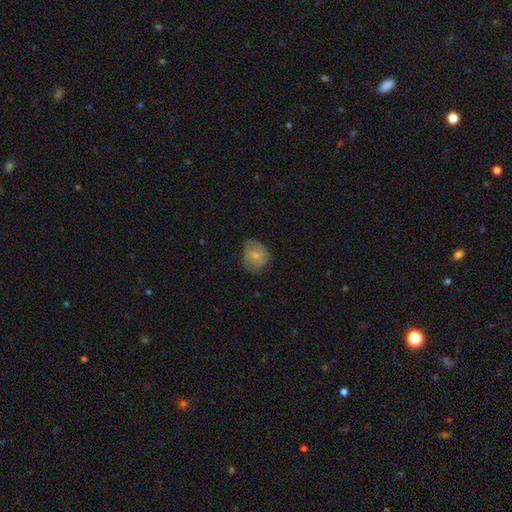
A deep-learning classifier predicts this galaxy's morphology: Overall: smooth (66%; featured or disk 27%). How rounded: round (70%). Merging: none (61%; minor disturbance 29%).